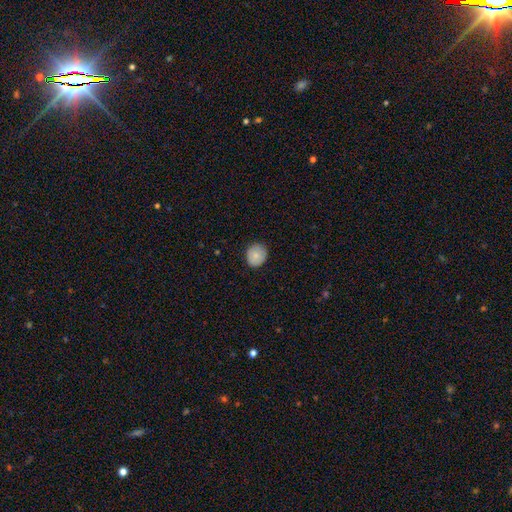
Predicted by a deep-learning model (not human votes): smooth 81%, featured or disk 12%, star or artifact 8%. Down the decision tree: how rounded — round (77%); merging — none (86%).